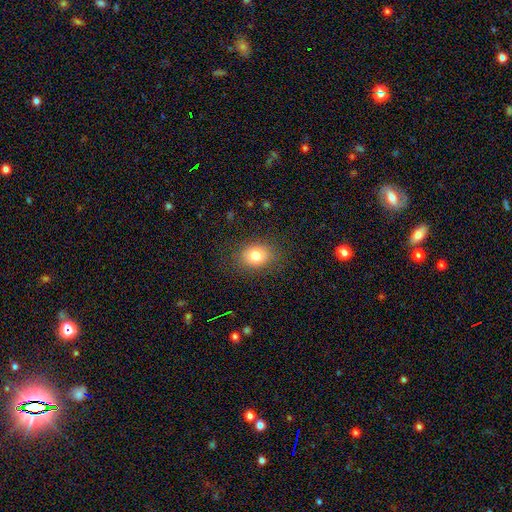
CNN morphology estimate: Smooth or featured?
  - smooth: 80% *
  - star or artifact: 11%
  - featured or disk: 9%
How rounded?
  - in between: 54% *
  - round: 45%
  - cigar-shaped: 1%
Merging?
  - none: 84% *
  - minor disturbance: 11%
  - major disturbance: 4%
  - merger: 1%